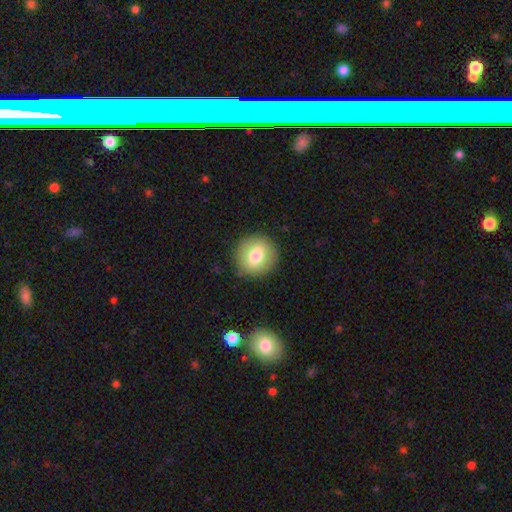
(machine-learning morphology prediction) smooth 70%, featured or disk 22%, star or artifact 8%. Down the decision tree: how rounded — round (90%); merging — none (89%).